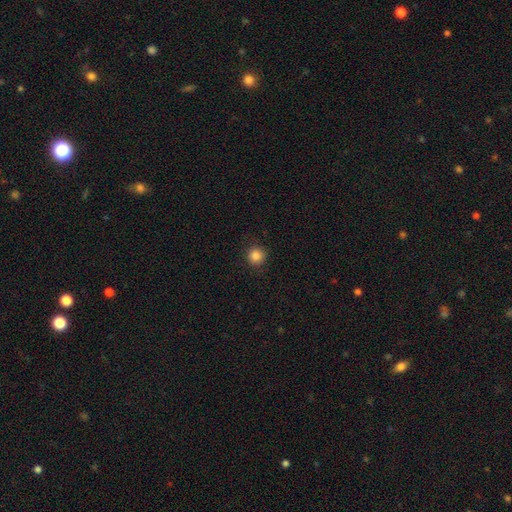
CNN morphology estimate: smooth_or_featured: smooth (p=0.85) [alt: star or artifact p=0.11]
how_rounded: round (p=0.95) [alt: in between p=0.04]
merging: none (p=0.91) [alt: minor disturbance p=0.06]